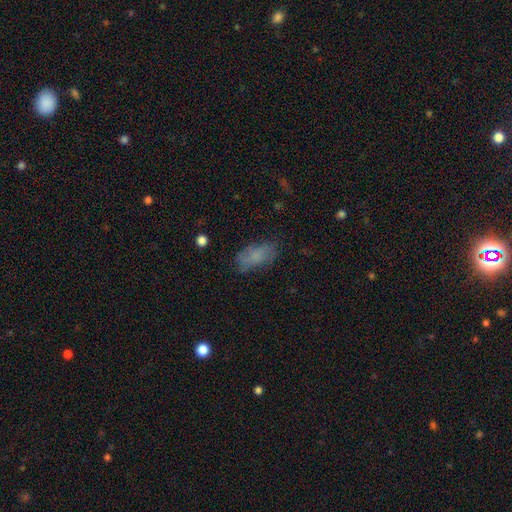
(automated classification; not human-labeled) This is likely a smooth galaxy (72%). How rounded: clearly in between (89%). Merging: likely none (69%).